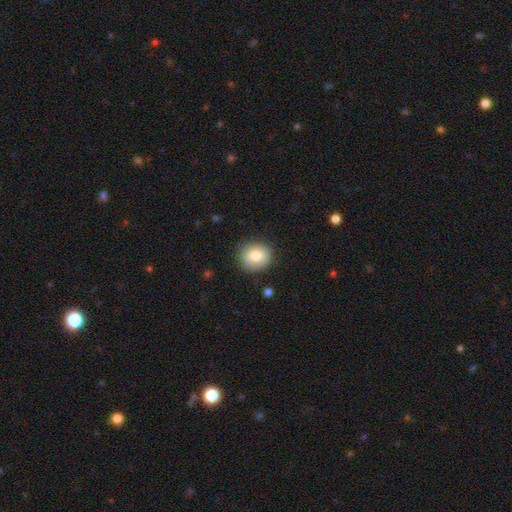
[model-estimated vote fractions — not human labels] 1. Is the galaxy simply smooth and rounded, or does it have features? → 81% smooth, 12% featured or disk, 8% star or artifact.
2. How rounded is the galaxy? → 80% round, 19% in between, 1% cigar-shaped.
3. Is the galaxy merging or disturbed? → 85% none, 11% minor disturbance, 3% major disturbance, 1% merger.